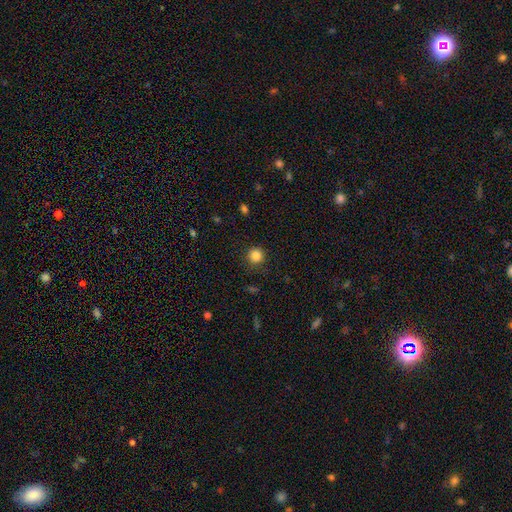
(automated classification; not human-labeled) A smooth galaxy with no disk features (84%) that is round (95%).

Vote fractions:
- Smooth or featured? smooth: 84% / star or artifact: 12% / featured or disk: 4%
- How rounded? round: 95% / in between: 5% / cigar-shaped: 1%
- Merging? none: 89% / minor disturbance: 7% / major disturbance: 3% / merger: 1%